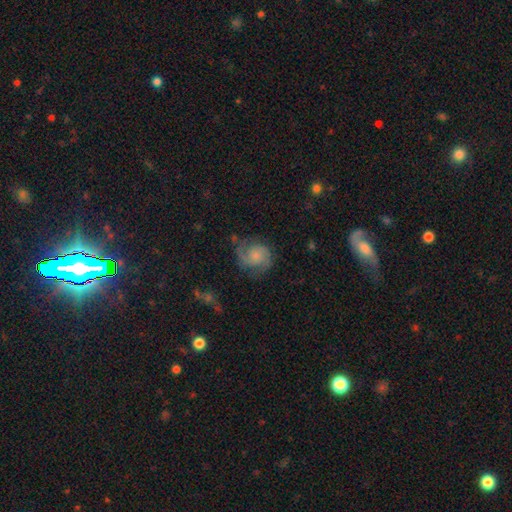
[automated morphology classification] Smooth or featured?
  - featured or disk: 67% *
  - smooth: 25%
  - star or artifact: 8%
Edge-on disk?
  - no: 98% *
  - yes: 2%
Bar?
  - no: 71% *
  - weak: 25%
  - strong: 4%
Spiral arms?
  - yes: 93% *
  - no: 7%
Spiral winding?
  - medium: 45% *
  - tight: 35%
  - loose: 20%
Spiral arm count?
  - 2: 75% *
  - can't tell: 10%
  - 1: 6%
  - 3: 5%
  - 4: 2%
  - more than 4: 2%
Bulge size?
  - small: 37% *
  - moderate: 28%
  - none: 24%
  - large: 9%
  - dominant: 2%
Merging?
  - none: 64% *
  - minor disturbance: 21%
  - major disturbance: 12%
  - merger: 2%